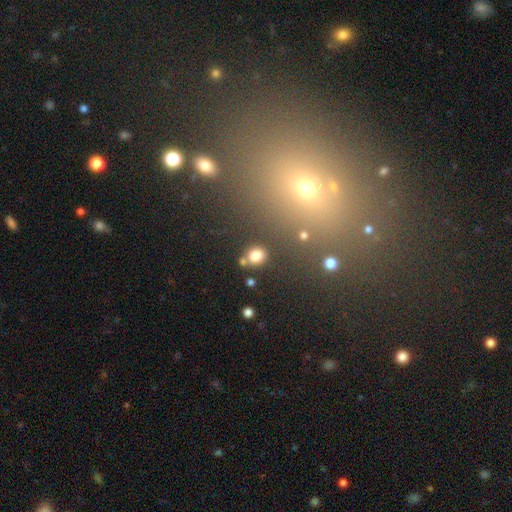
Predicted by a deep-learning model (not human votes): Smooth or featured? smooth (79%)
How rounded? round (70%)
Merging? none (73%)